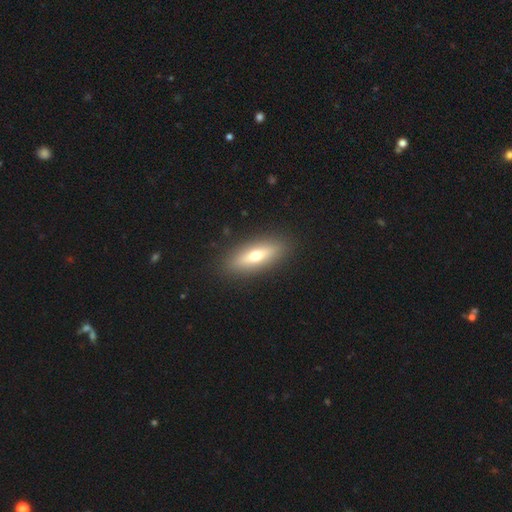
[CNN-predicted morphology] smooth_or_featured: smooth (p=0.54) [alt: featured or disk p=0.39]
how_rounded: in between (p=0.51) [alt: cigar-shaped p=0.45]
merging: none (p=0.89) [alt: minor disturbance p=0.07]